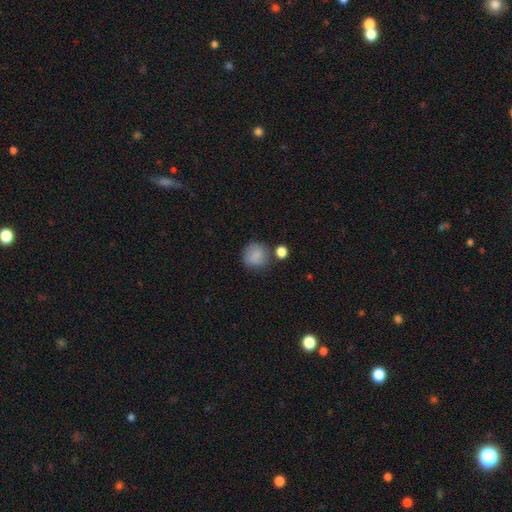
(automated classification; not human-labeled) The model was most divided on "merging": none: 70%, minor disturbance: 16%, merger: 8%, major disturbance: 5%. More confident: how rounded — round (87%); smooth or featured — smooth (85%).